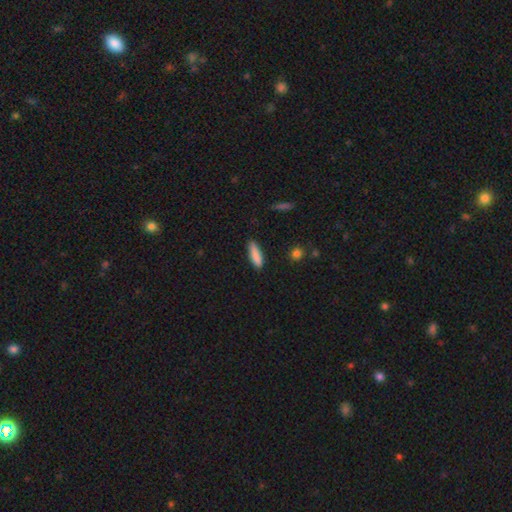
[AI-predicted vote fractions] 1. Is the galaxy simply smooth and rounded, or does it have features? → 87% smooth, 7% featured or disk, 6% star or artifact.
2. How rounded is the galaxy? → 62% cigar-shaped, 36% in between, 2% round.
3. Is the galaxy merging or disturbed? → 85% none, 12% minor disturbance, 2% major disturbance, 1% merger.